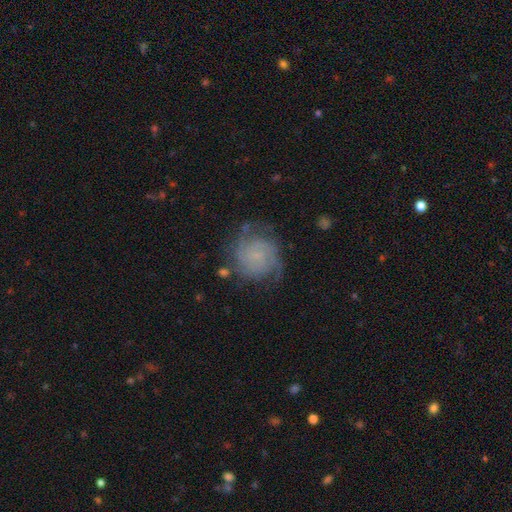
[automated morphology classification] type=featured or disk (71%); edge-on=no (98%); bar=no (72%); spiral arms=yes (92%); winding=tight (53%); arm count=2 (37%); bulge=small (59%); merging=none (64%).